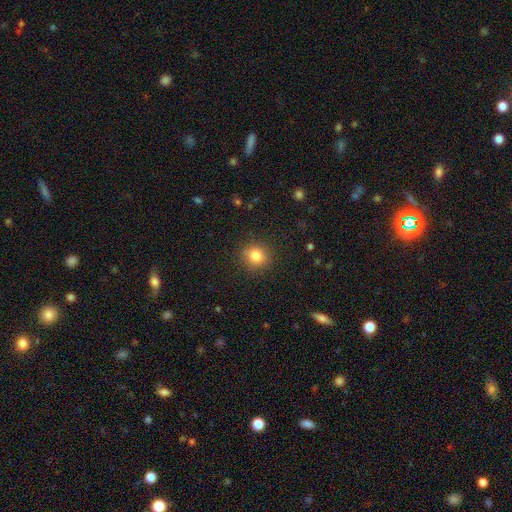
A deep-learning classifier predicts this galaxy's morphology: Smooth or featured: smooth — 81% (star or artifact — 12%)
How rounded: round — 88% (in between — 11%)
Merging: none — 89% (minor disturbance — 8%)